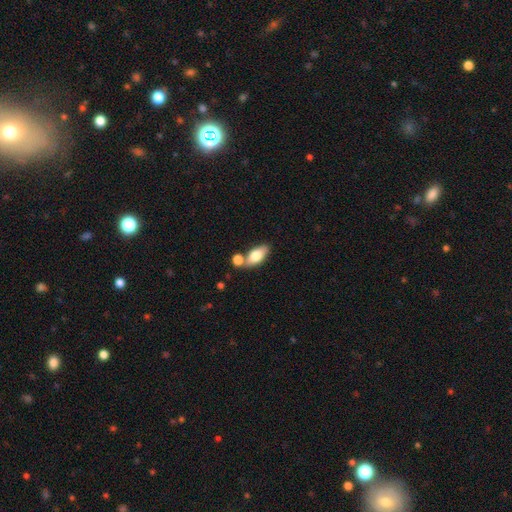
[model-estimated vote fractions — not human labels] This is likely a smooth galaxy (73%). How rounded: clearly in between (86%). Merging: possibly none (59%).